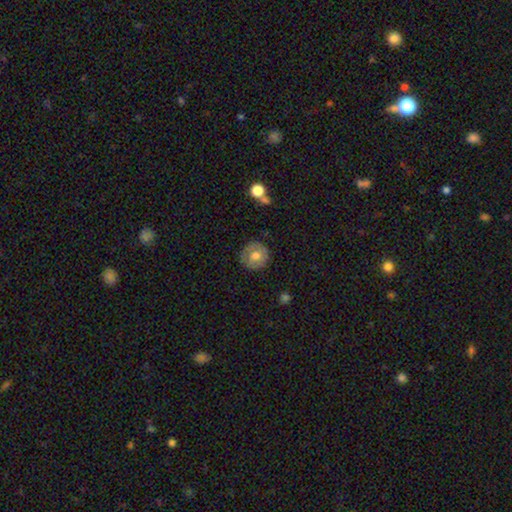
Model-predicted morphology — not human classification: This appears to be a smooth galaxy with no disk features (59%) that is round (91%). Merging: none (80%).